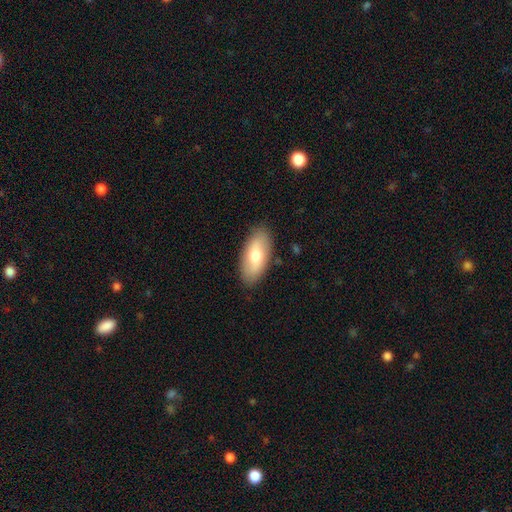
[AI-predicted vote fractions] A smooth galaxy with no disk features (69%) that is in between round and cigar-shaped (90%).

Vote fractions:
- Smooth or featured? smooth: 69% / featured or disk: 25% / star or artifact: 6%
- How rounded? in between: 90% / cigar-shaped: 8% / round: 2%
- Merging? none: 86% / minor disturbance: 10% / major disturbance: 2% / merger: 1%